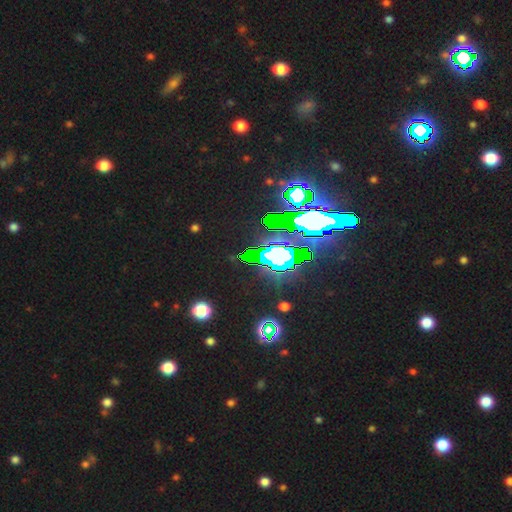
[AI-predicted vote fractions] Smooth or featured: star or artifact — 80% (featured or disk — 10%)